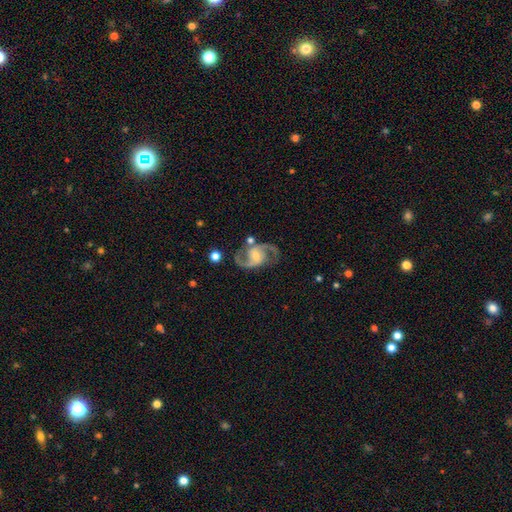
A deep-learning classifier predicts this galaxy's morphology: This is clearly a featured or disk galaxy (91%). It is clearly not viewed edge-on (98%). Bar: marginally no (43%). Spiral arm pattern: clearly yes (98%). Spiral arm count: clearly 2 (93%). Spiral winding: possibly medium (59%). Central bulge: possibly small (51%). Merging: likely none (75%).